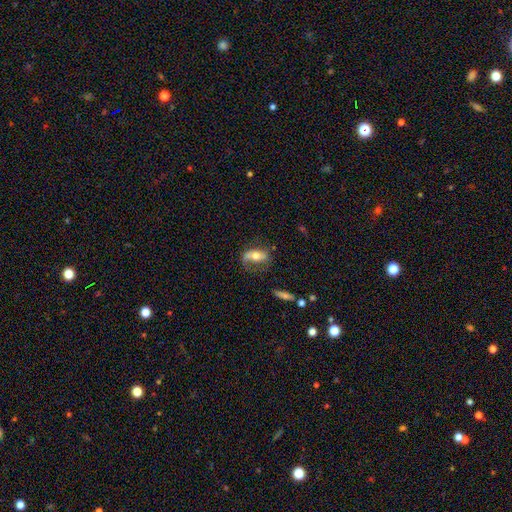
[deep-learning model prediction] This appears to be a featured or disk galaxy (61%) with no bar (45%), spiral arms (80%) and a moderate central bulge (67%). Merging: none (51%).